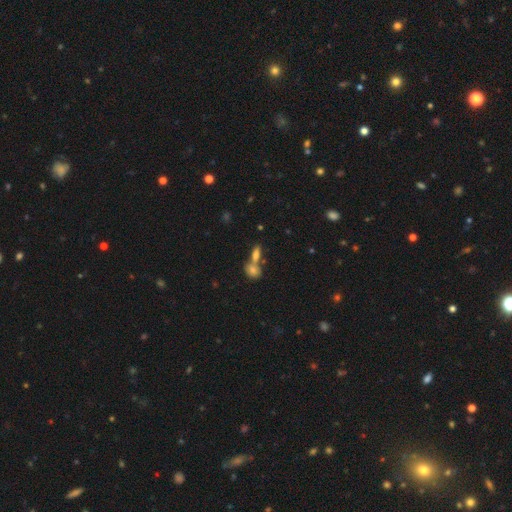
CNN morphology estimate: Overall: smooth (72%). How rounded: in between (70%). Merging: merger (49%; none 39%).